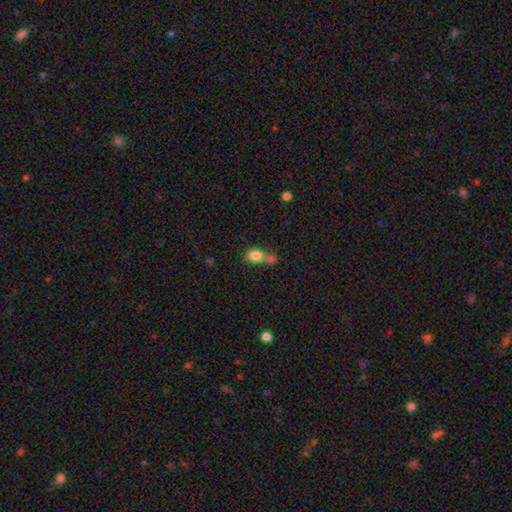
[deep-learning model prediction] Morphology: type=smooth (81%); roundness=in between (66%); merging=merger (50%).